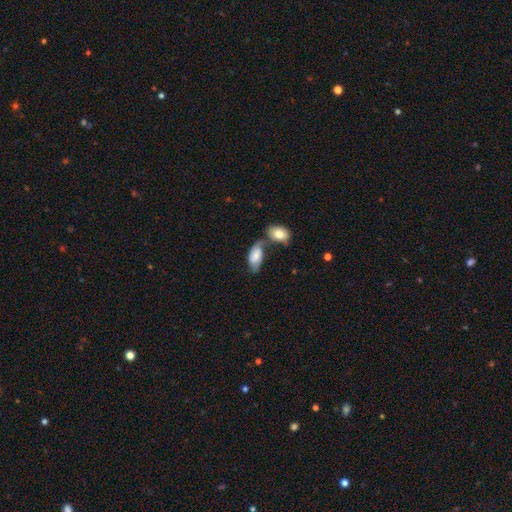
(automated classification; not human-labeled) This appears to be a smooth galaxy with no disk features (73%) that is in between round and cigar-shaped (92%). Merging: merger (38%).